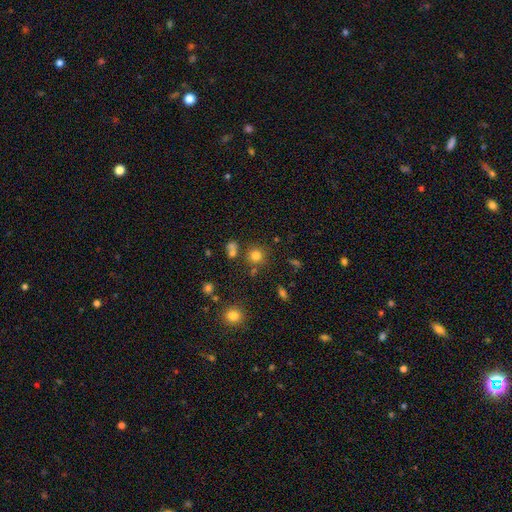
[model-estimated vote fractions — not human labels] Morphology: type=smooth (76%); roundness=round (89%); merging=none (71%).